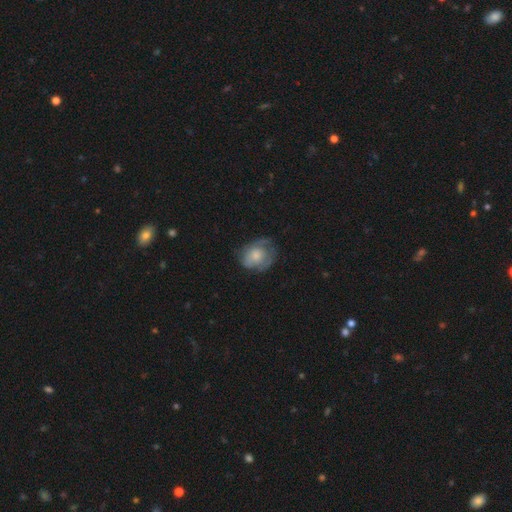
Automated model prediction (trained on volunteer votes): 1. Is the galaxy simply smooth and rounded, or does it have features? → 53% smooth, 39% featured or disk, 7% star or artifact.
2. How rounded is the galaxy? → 54% round, 45% in between, 1% cigar-shaped.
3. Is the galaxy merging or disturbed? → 51% none, 30% minor disturbance, 18% major disturbance, 1% merger.